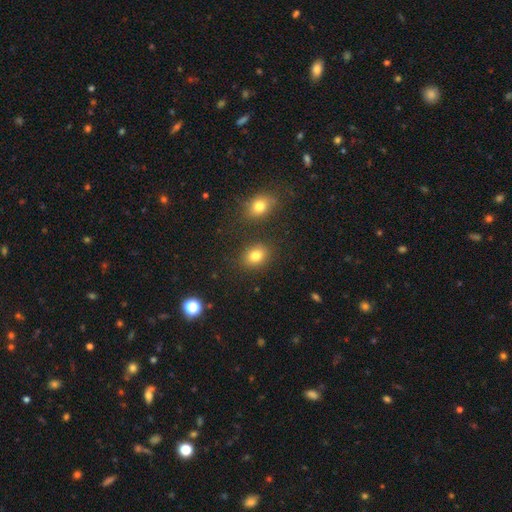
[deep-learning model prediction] Smooth or featured: smooth — 80% (star or artifact — 12%)
How rounded: in between — 56% (round — 43%)
Merging: none — 81% (minor disturbance — 10%)